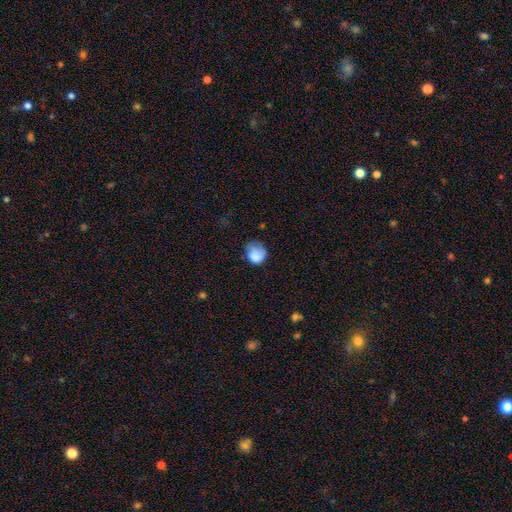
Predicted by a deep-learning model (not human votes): A smooth galaxy with no disk features (81%) that is round (74%). Merging: none (48%).